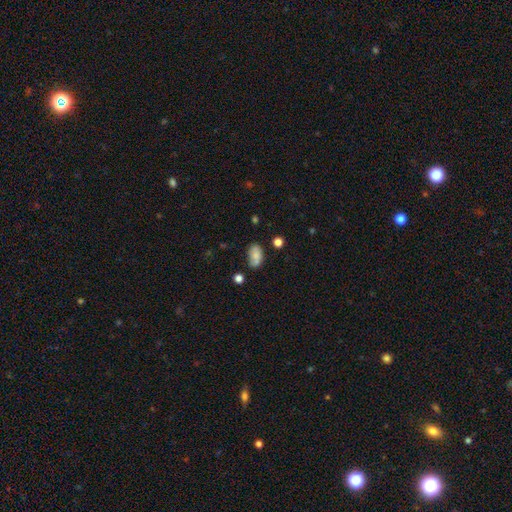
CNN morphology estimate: Smooth or featured? Predicted: smooth (p=0.71). How rounded? Predicted: in between (p=0.89). Merging? Predicted: none (p=0.61).